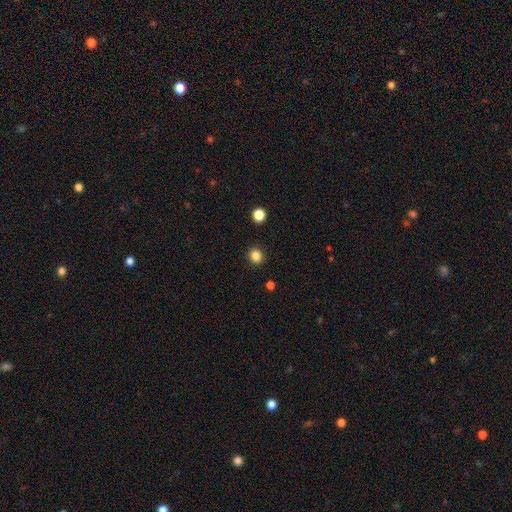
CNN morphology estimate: Smooth or featured?
  - smooth: 84% *
  - star or artifact: 12%
  - featured or disk: 4%
How rounded?
  - round: 79% *
  - in between: 20%
  - cigar-shaped: 1%
Merging?
  - none: 90% *
  - minor disturbance: 6%
  - major disturbance: 2%
  - merger: 1%